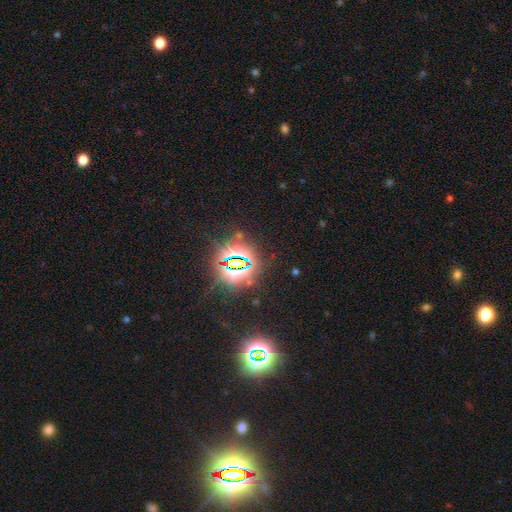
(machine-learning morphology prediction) type=star or artifact (83%).